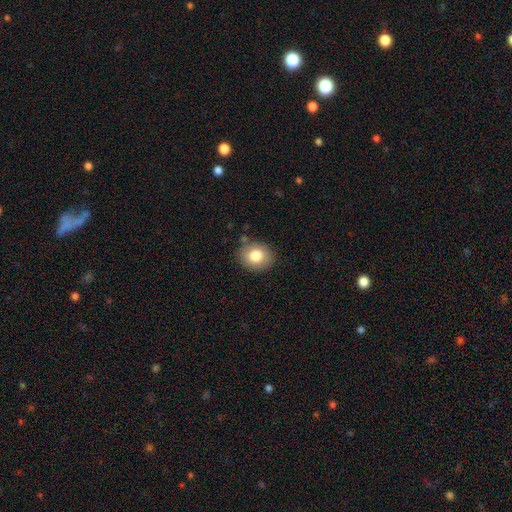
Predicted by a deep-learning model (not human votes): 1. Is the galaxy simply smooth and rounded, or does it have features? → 80% smooth, 10% featured or disk, 9% star or artifact.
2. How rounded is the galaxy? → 65% round, 34% in between, 1% cigar-shaped.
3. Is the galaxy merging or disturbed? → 84% none, 11% minor disturbance, 3% major disturbance, 2% merger.